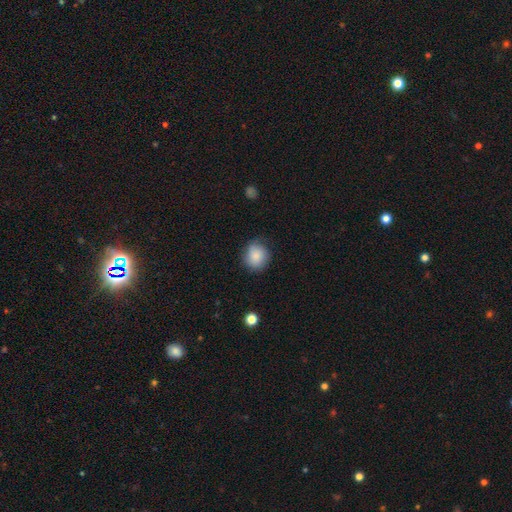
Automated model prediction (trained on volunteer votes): Smooth or featured? smooth (86%)
How rounded? round (80%)
Merging? none (73%)